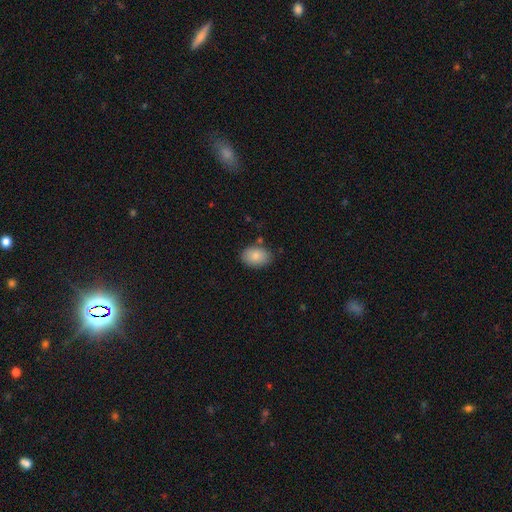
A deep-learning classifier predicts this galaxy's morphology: A smooth galaxy with no disk features (85%) that is in between round and cigar-shaped (85%).

Vote fractions:
- Smooth or featured? smooth: 85% / featured or disk: 8% / star or artifact: 7%
- How rounded? in between: 85% / round: 14% / cigar-shaped: 1%
- Merging? none: 80% / minor disturbance: 14% / merger: 3% / major disturbance: 3%